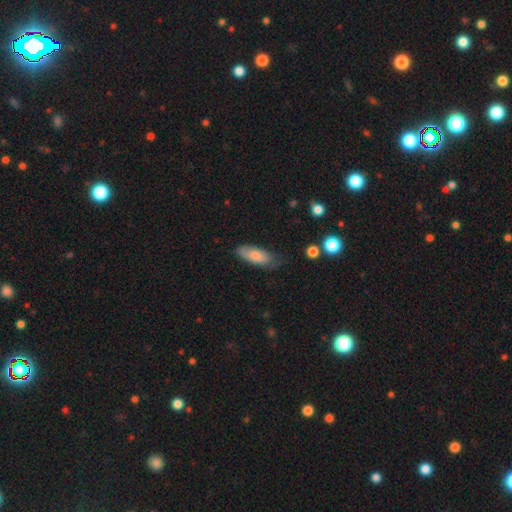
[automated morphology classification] Smooth or featured? Predicted: smooth (p=0.77). How rounded? Predicted: in between (p=0.76). Merging? Predicted: none (p=0.62).